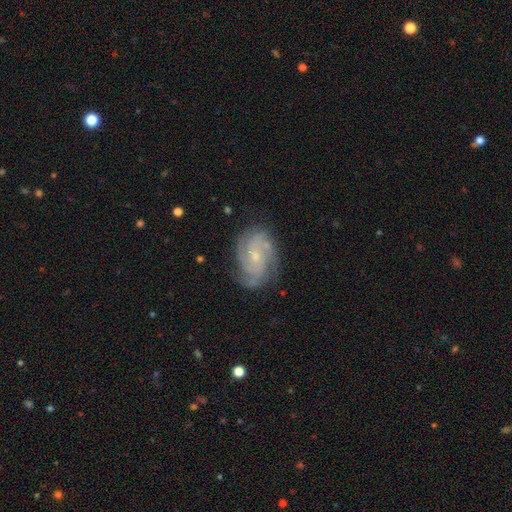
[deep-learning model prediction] Smooth or featured? Predicted: featured or disk (p=0.86). Edge-on disk? Predicted: no (p=0.97). Bar? Predicted: no (p=0.63). Spiral arms? Predicted: yes (p=0.97). Spiral winding? Predicted: tight (p=0.54). Spiral arm count? Predicted: 3 (p=0.34). Bulge size? Predicted: small (p=0.70). Merging? Predicted: none (p=0.77).